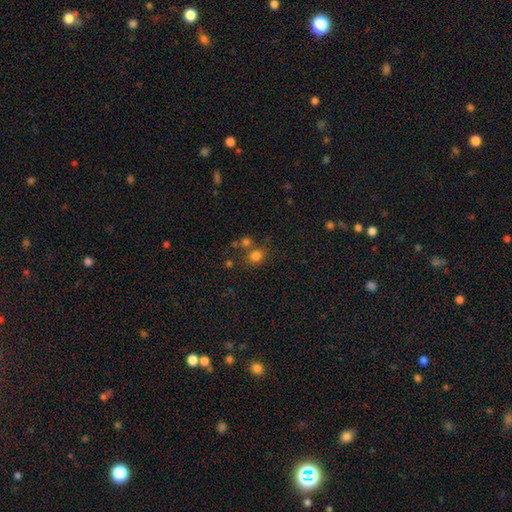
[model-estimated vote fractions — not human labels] Q: Smooth or featured?
A: smooth (76%); runner-up: star or artifact (16%)
Q: How rounded?
A: round (77%); runner-up: in between (22%)
Q: Merging?
A: none (62%); runner-up: merger (23%)